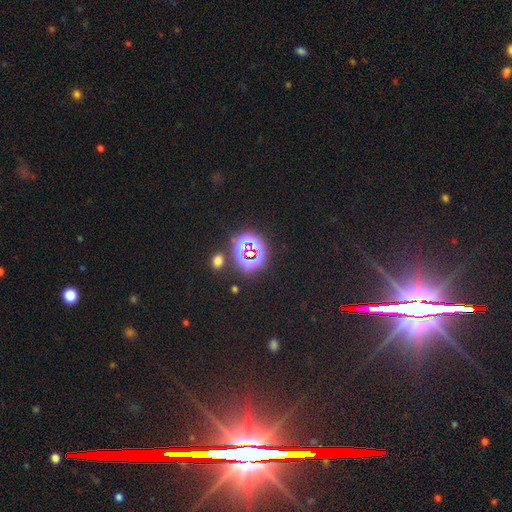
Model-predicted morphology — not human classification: A star or artifact, not a galaxy (76%).